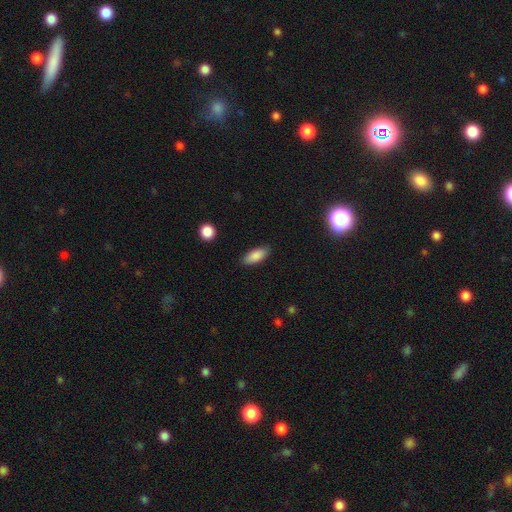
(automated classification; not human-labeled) Morphology: type=smooth (86%); roundness=in between (83%); merging=none (87%).